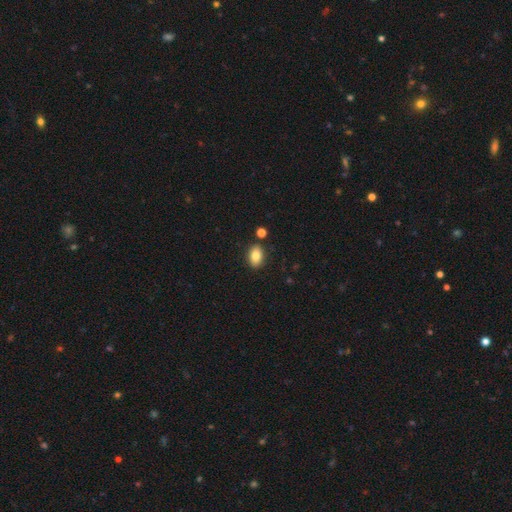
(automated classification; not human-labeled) Morphology: type=smooth (84%); roundness=in between (85%); merging=none (84%).